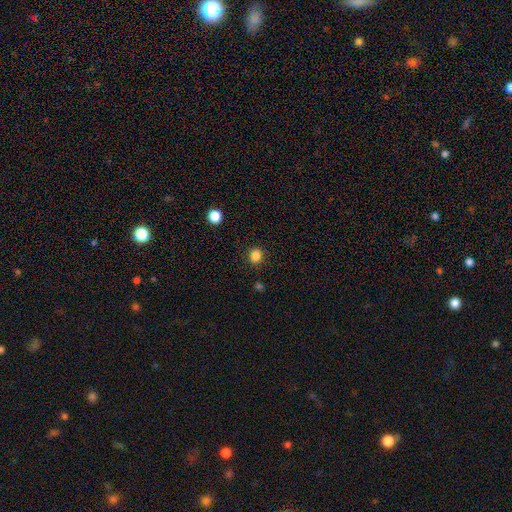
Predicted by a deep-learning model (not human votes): smooth 85%, star or artifact 12%, featured or disk 3%. Down the decision tree: how rounded — round (70%); merging — none (87%).